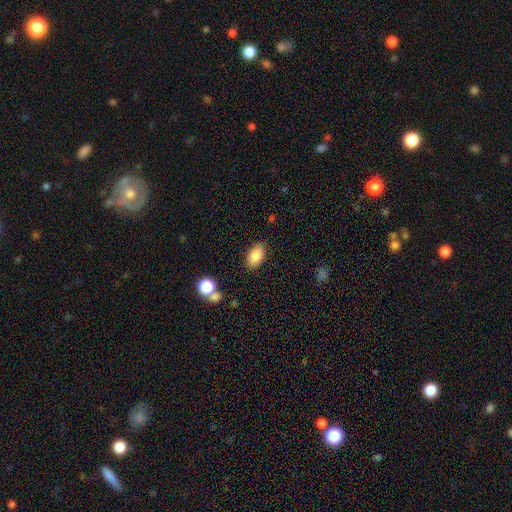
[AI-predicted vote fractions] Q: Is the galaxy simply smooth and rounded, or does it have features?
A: smooth — 85%.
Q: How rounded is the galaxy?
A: in between — 92%.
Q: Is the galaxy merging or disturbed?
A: none — 85%.